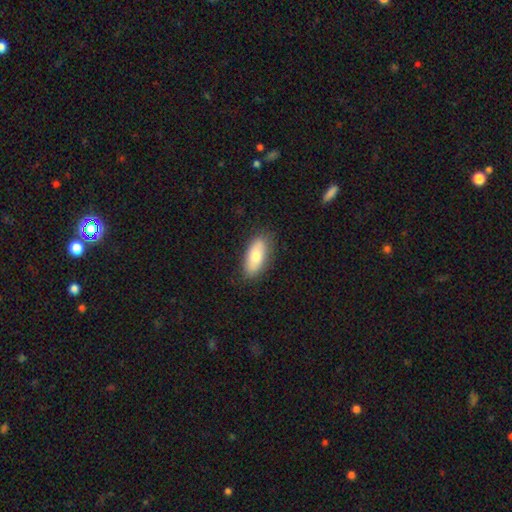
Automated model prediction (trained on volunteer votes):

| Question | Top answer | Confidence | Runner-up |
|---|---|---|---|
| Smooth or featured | smooth | 73% | featured or disk (21%) |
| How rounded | in between | 86% | cigar-shaped (11%) |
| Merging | none | 84% | minor disturbance (12%) |